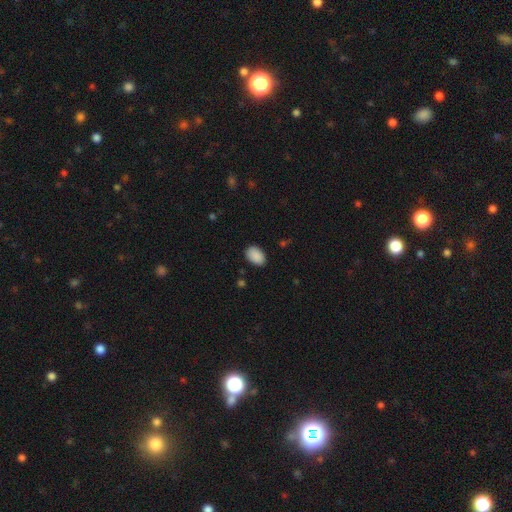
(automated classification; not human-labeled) Smooth or featured: smooth — 90% (star or artifact — 7%)
How rounded: in between — 87% (round — 12%)
Merging: none — 86% (minor disturbance — 11%)